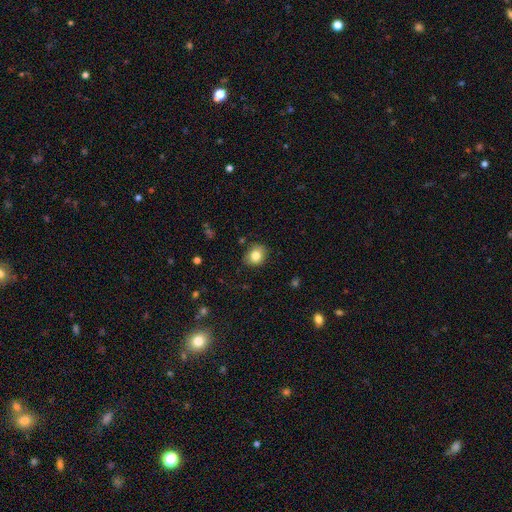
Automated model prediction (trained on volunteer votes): Q: Smooth or featured?
A: smooth (82%); runner-up: star or artifact (9%)
Q: How rounded?
A: round (63%); runner-up: in between (36%)
Q: Merging?
A: none (84%); runner-up: minor disturbance (12%)